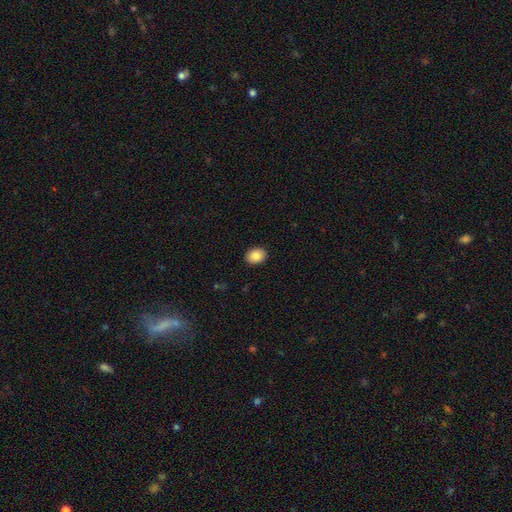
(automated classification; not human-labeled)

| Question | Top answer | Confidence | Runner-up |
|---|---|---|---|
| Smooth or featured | smooth | 86% | star or artifact (8%) |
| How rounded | in between | 60% | round (39%) |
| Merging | none | 91% | minor disturbance (7%) |